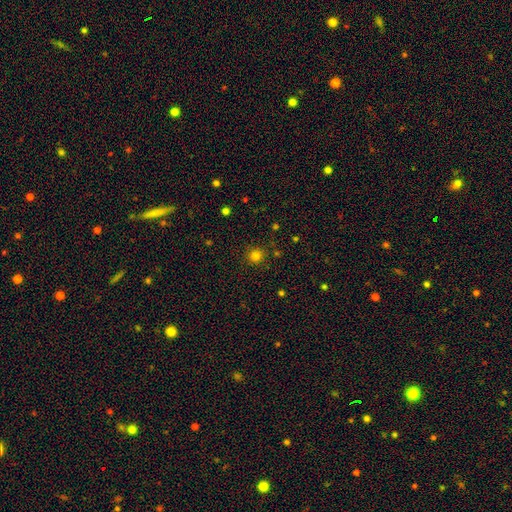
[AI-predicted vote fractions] This appears to be a smooth galaxy with no disk features (80%) that is round (93%). Merging: none (89%).